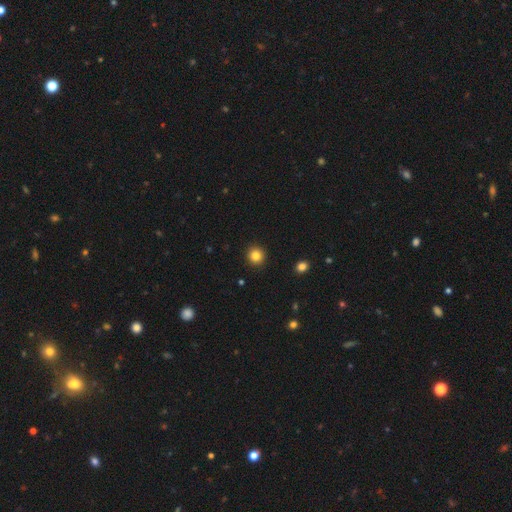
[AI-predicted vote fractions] Q: Smooth or featured?
A: smooth (83%); runner-up: star or artifact (11%)
Q: How rounded?
A: round (94%); runner-up: in between (5%)
Q: Merging?
A: none (93%); runner-up: minor disturbance (5%)